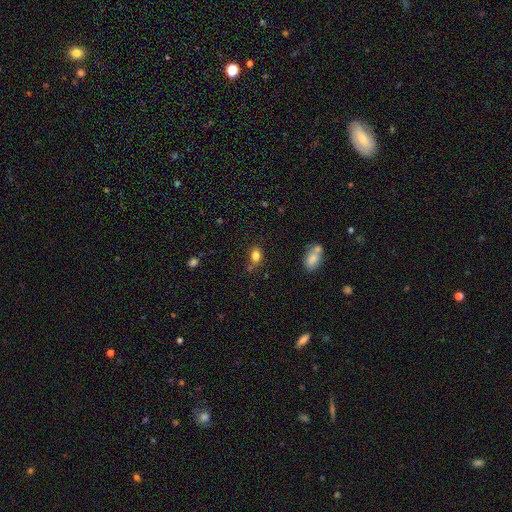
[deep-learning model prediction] Q: Smooth or featured?
A: smooth (81%); runner-up: star or artifact (11%)
Q: How rounded?
A: in between (70%); runner-up: round (28%)
Q: Merging?
A: none (68%); runner-up: minor disturbance (16%)